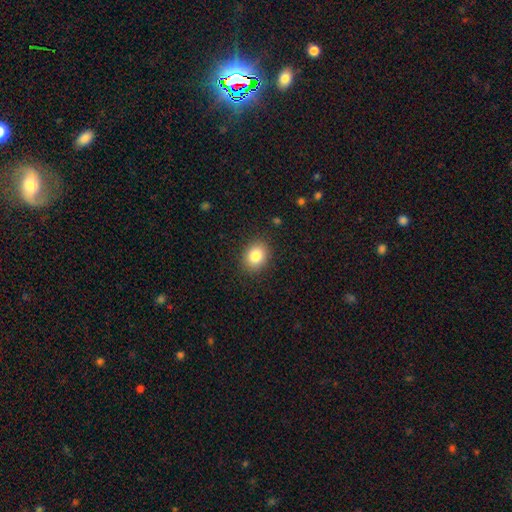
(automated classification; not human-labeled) smooth-or-featured: smooth: 84% | star or artifact: 9% | featured or disk: 7%
  how-rounded: in between: 53% | round: 47% | cigar-shaped: 1%
  merging: none: 88% | minor disturbance: 8% | major disturbance: 3% | merger: 1%